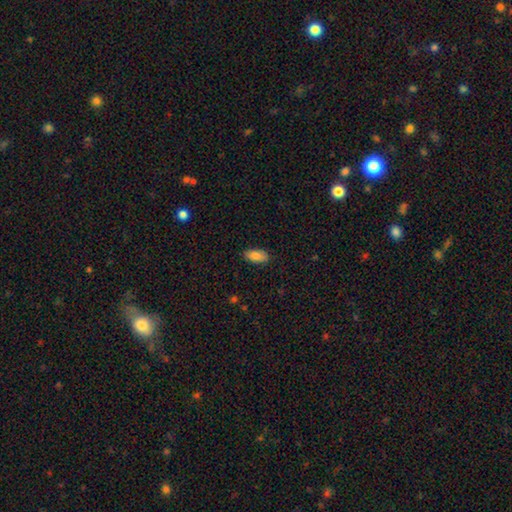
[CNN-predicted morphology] A smooth galaxy with no disk features (86%) that is in between round and cigar-shaped (92%). Merging: none (86%).